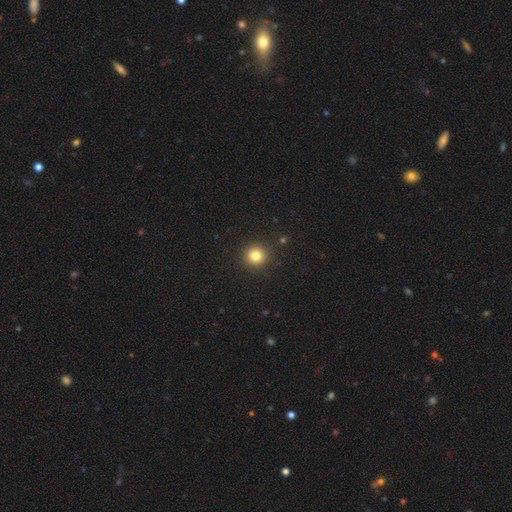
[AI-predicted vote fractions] This is clearly a smooth galaxy (81%). How rounded: clearly round (94%). Merging: clearly none (92%).